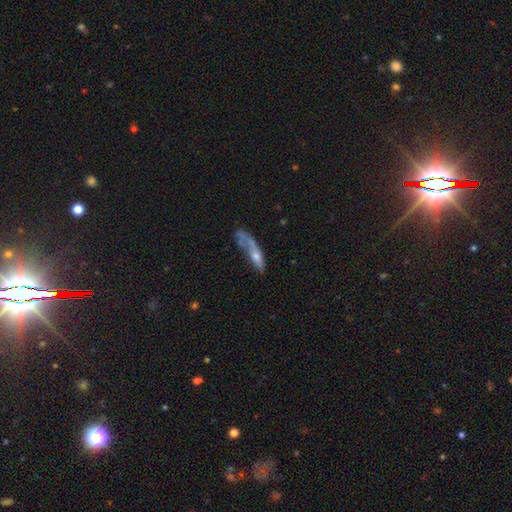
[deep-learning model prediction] Smooth or featured? Predicted: featured or disk (p=0.48). Merging? Predicted: major disturbance (p=0.38).